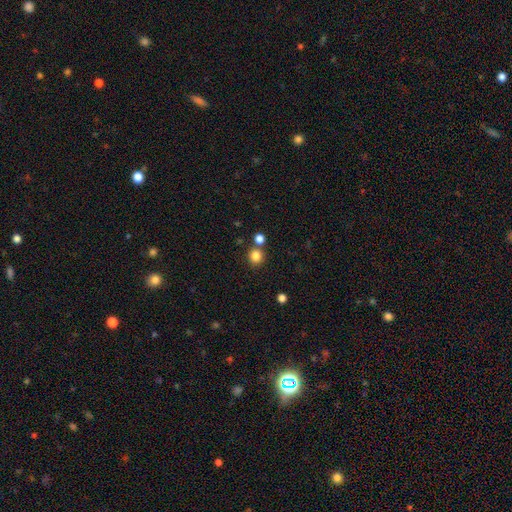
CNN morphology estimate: Smooth or featured? Predicted: smooth (p=0.83). How rounded? Predicted: round (p=0.88). Merging? Predicted: none (p=0.74).